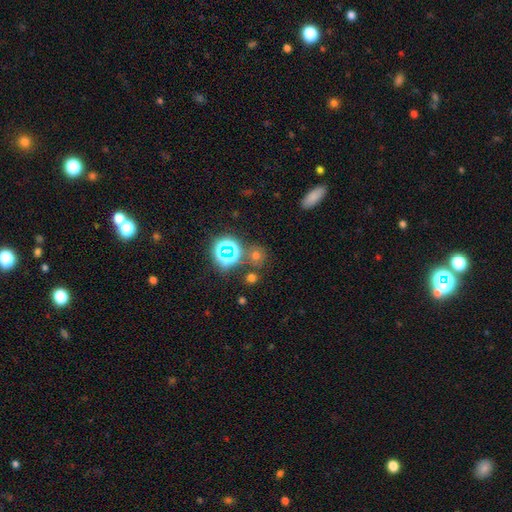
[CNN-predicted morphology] smooth-or-featured: smooth: 54% | star or artifact: 38% | featured or disk: 8%
  how-rounded: round: 84% | in between: 14% | cigar-shaped: 1%
  merging: none: 75% | merger: 11% | minor disturbance: 10% | major disturbance: 4%